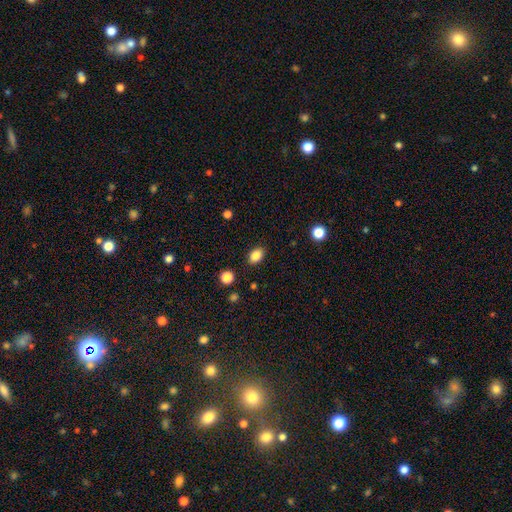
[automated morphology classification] smooth_or_featured: smooth (p=0.86) [alt: star or artifact p=0.10]
how_rounded: in between (p=0.81) [alt: round p=0.18]
merging: none (p=0.87) [alt: minor disturbance p=0.09]